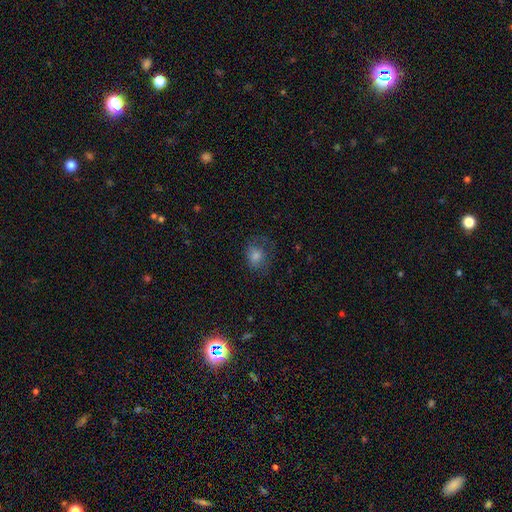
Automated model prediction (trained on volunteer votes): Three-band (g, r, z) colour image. It shows a smooth galaxy with no disk features (63%) that is round (52%). Merging: none (58%).